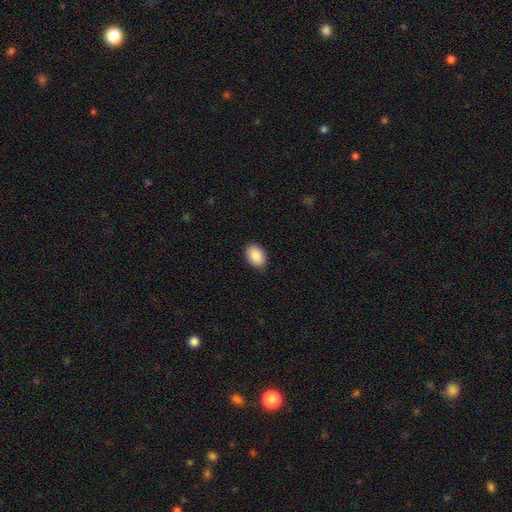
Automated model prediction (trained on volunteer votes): Smooth or featured? Predicted: smooth (p=0.90). How rounded? Predicted: in between (p=0.86). Merging? Predicted: none (p=0.88).